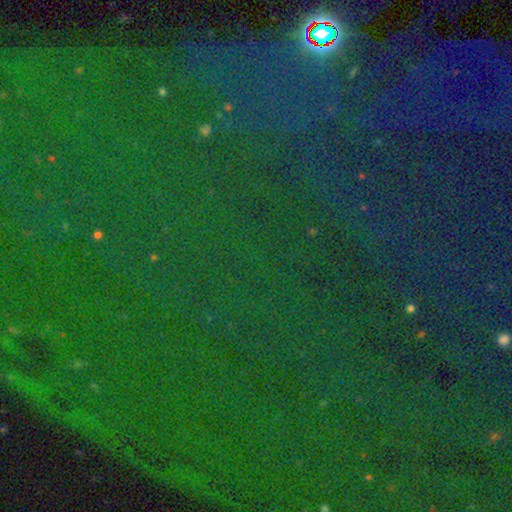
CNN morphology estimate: This appears to be a star or artifact, not a galaxy (81%).